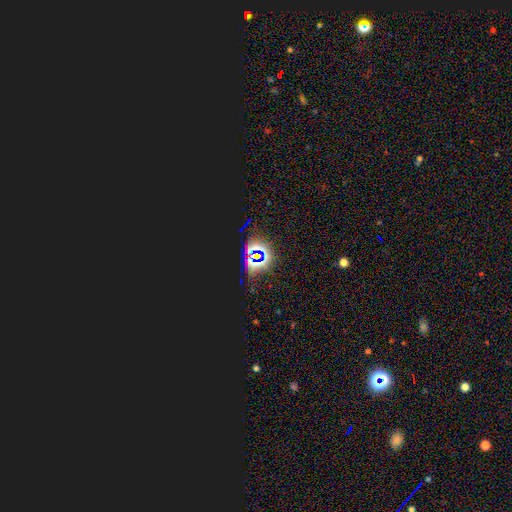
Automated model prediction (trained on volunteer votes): star or artifact 83%, smooth 10%, featured or disk 7%.